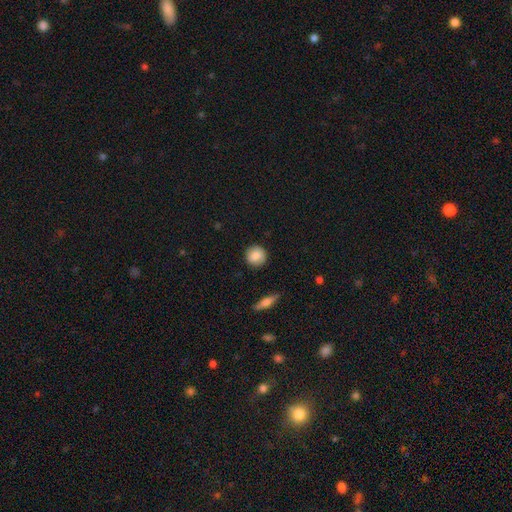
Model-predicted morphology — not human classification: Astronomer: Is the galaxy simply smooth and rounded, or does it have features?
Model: smooth — 85%.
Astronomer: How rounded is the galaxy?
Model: round — 90%.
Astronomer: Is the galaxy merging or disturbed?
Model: none — 89%.